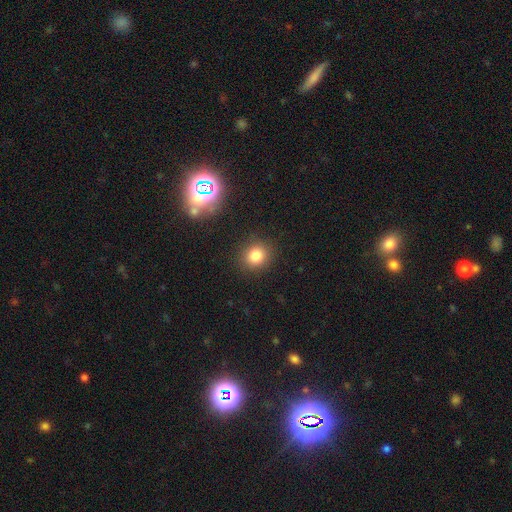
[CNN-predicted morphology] Smooth or featured? smooth (80%)
How rounded? round (79%)
Merging? none (89%)